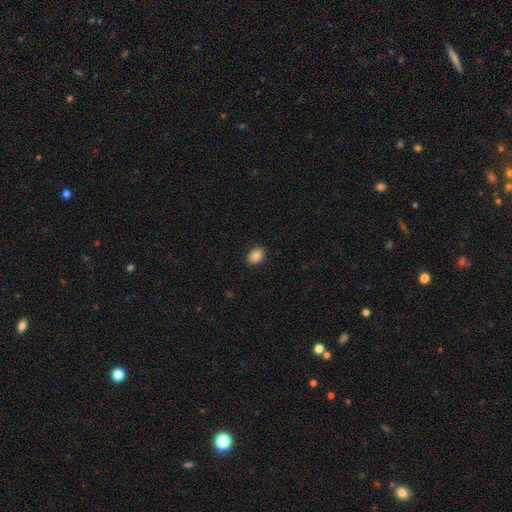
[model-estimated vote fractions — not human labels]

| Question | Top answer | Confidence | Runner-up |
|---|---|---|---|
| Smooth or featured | smooth | 84% | star or artifact (9%) |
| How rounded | in between | 72% | round (27%) |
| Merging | none | 90% | minor disturbance (8%) |